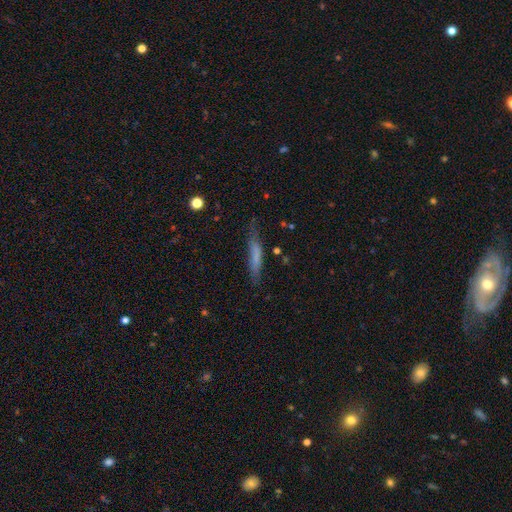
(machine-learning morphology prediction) Smooth or featured?
  - smooth: 61% *
  - featured or disk: 31%
  - star or artifact: 8%
How rounded?
  - cigar-shaped: 88% *
  - in between: 10%
  - round: 2%
Merging?
  - none: 65% *
  - minor disturbance: 24%
  - major disturbance: 8%
  - merger: 3%